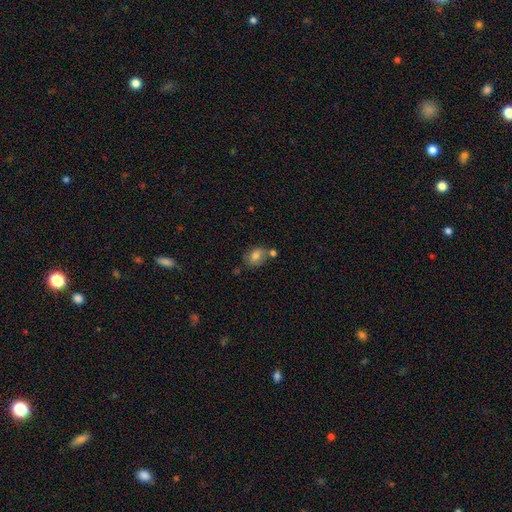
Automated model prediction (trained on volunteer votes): Smooth or featured: smooth — 75% (featured or disk — 16%)
How rounded: in between — 63% (round — 36%)
Merging: none — 56% (merger — 22%)